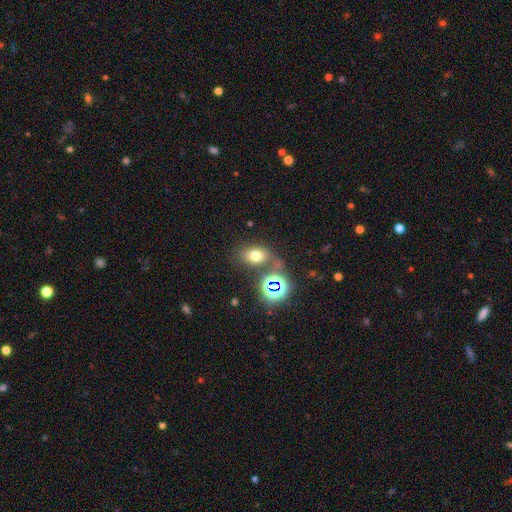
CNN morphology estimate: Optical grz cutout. It shows a smooth galaxy with no disk features (64%) that is in between round and cigar-shaped (72%). Merging: none (66%).